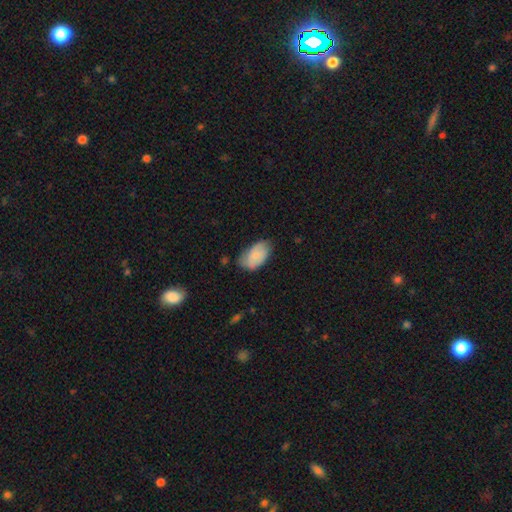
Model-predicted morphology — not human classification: type=smooth (78%); roundness=in between (94%); merging=none (57%).